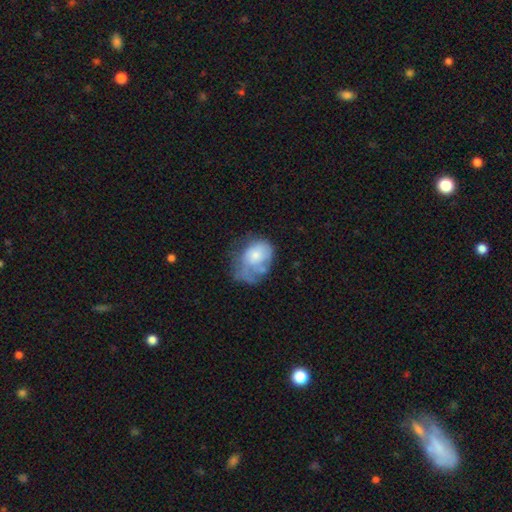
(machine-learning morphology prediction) This appears to be a smooth galaxy with no disk features (53%) that is in between round and cigar-shaped (65%). Merging: major disturbance (39%).